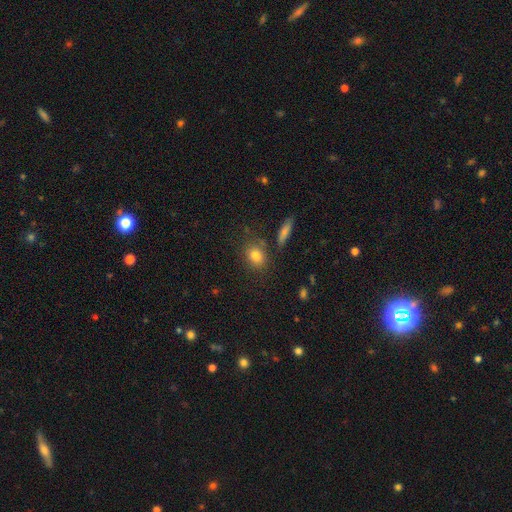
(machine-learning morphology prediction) smooth-or-featured: smooth: 80% | star or artifact: 11% | featured or disk: 10%
  how-rounded: round: 49% | in between: 48% | cigar-shaped: 3%
  merging: none: 75% | minor disturbance: 13% | merger: 8% | major disturbance: 4%